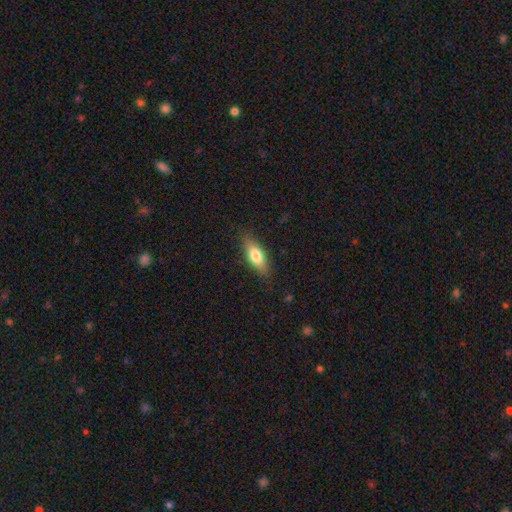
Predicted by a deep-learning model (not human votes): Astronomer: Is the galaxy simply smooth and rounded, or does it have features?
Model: smooth — 71%.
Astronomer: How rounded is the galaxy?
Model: in between — 66%.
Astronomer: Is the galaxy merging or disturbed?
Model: none — 83%.